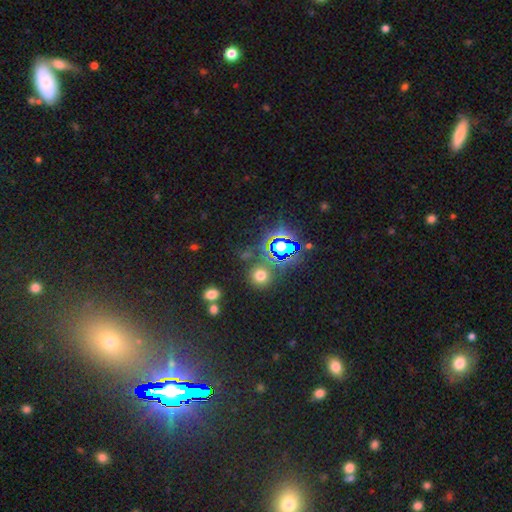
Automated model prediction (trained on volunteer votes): star or artifact 78%, smooth 12%, featured or disk 9%.